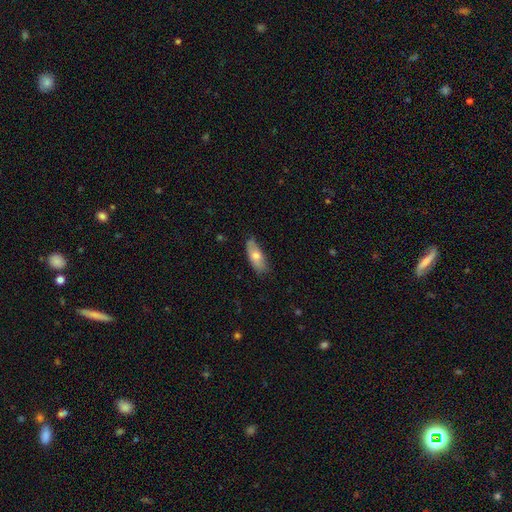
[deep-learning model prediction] Q: Smooth or featured?
A: smooth (70%); runner-up: featured or disk (24%)
Q: How rounded?
A: in between (75%); runner-up: cigar-shaped (22%)
Q: Merging?
A: none (70%); runner-up: minor disturbance (24%)